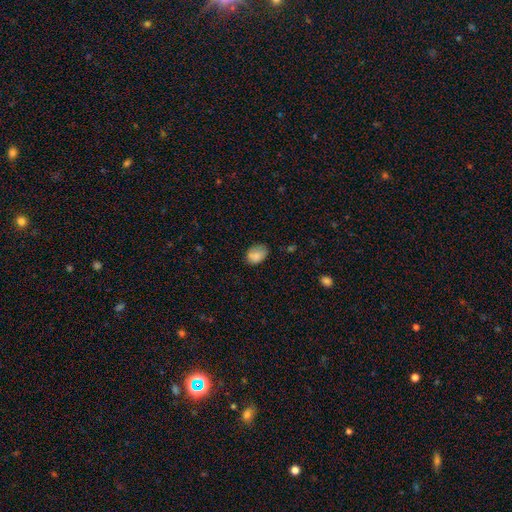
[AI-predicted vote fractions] Morphology: type=smooth (83%); roundness=in between (75%); merging=none (62%).